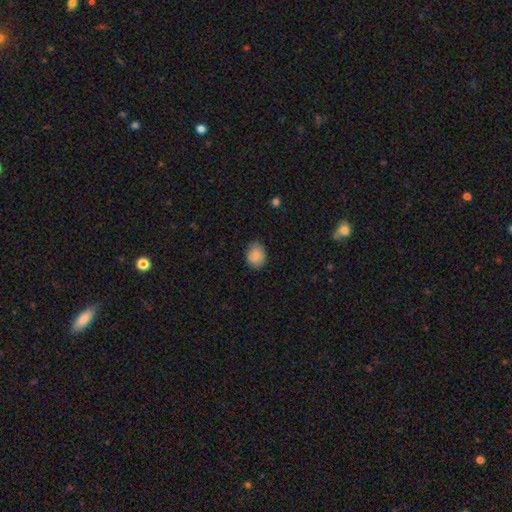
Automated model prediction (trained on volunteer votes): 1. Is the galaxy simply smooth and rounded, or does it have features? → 86% smooth, 8% star or artifact, 6% featured or disk.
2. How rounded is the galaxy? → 53% in between, 46% round, 1% cigar-shaped.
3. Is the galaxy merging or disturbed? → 73% none, 22% minor disturbance, 4% major disturbance, 1% merger.